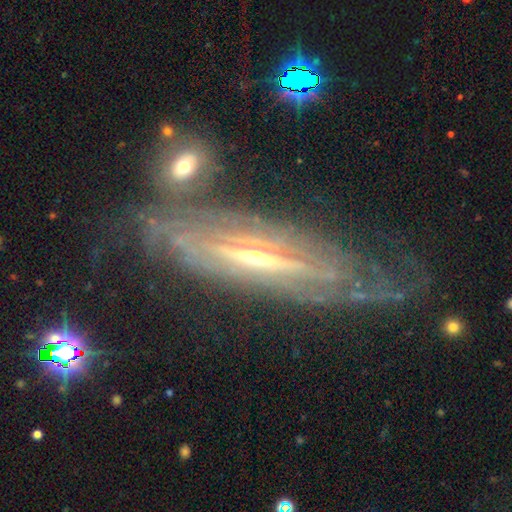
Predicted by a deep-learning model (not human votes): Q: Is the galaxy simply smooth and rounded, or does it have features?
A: featured or disk — 84%.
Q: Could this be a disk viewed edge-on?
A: yes — 62%.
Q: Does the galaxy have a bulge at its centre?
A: rounded — 73%.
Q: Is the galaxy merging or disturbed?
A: none — 51%.